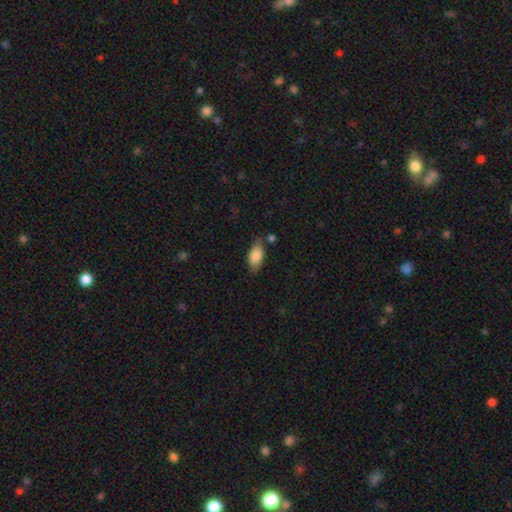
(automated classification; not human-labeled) A smooth galaxy with no disk features (84%) that is in between round and cigar-shaped (91%). Merging: none (72%).